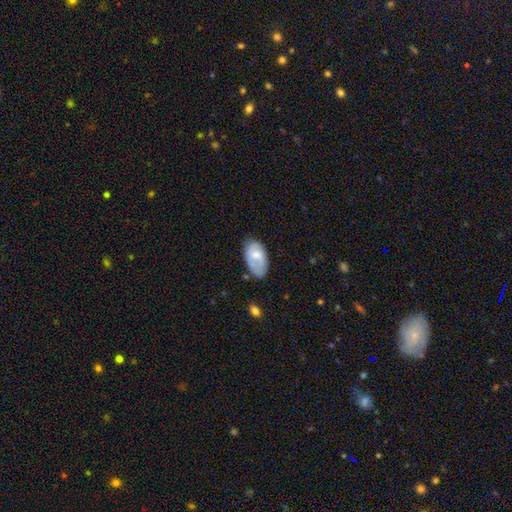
This is possibly a smooth galaxy (51%). How rounded: clearly in between (100%). Merging: possibly none (51%).